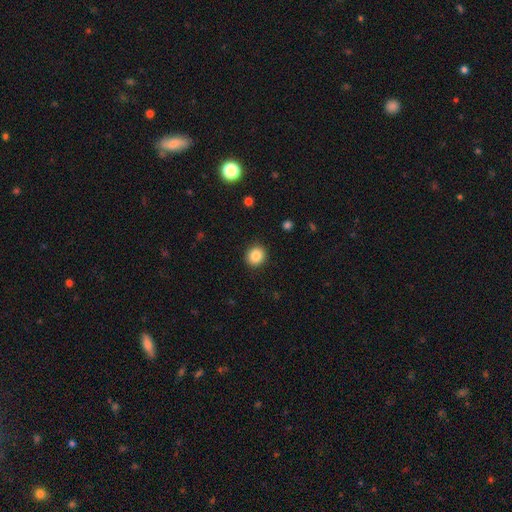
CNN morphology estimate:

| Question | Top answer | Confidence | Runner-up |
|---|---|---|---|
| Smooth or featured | smooth | 86% | star or artifact (10%) |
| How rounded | round | 85% | in between (14%) |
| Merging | none | 91% | minor disturbance (6%) |